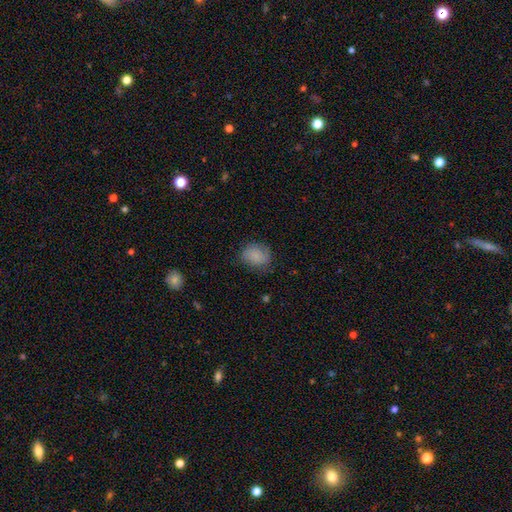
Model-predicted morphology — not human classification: Smooth or featured?
  - smooth: 73% *
  - featured or disk: 18%
  - star or artifact: 8%
How rounded?
  - in between: 50% *
  - round: 49%
  - cigar-shaped: 1%
Merging?
  - none: 70% *
  - minor disturbance: 22%
  - major disturbance: 7%
  - merger: 1%